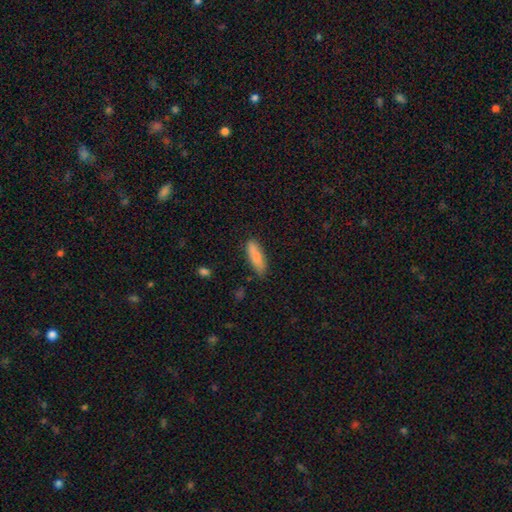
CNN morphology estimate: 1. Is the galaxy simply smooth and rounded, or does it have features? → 86% smooth, 7% featured or disk, 7% star or artifact.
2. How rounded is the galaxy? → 57% cigar-shaped, 41% in between, 2% round.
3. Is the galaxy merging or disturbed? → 78% none, 17% minor disturbance, 3% major disturbance, 2% merger.